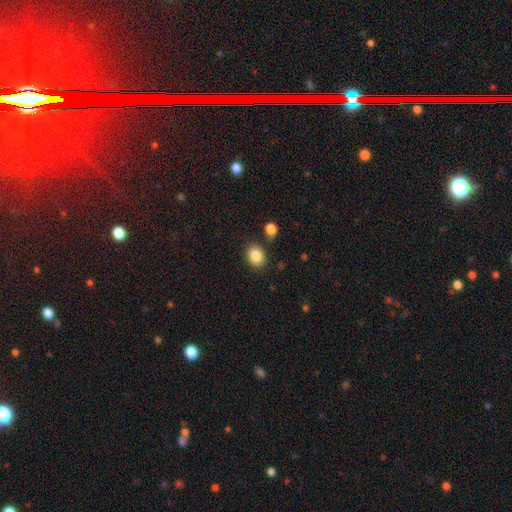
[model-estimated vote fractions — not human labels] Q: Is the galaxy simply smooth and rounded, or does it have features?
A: smooth — 86%.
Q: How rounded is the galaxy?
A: in between — 51%.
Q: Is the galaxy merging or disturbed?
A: none — 80%.